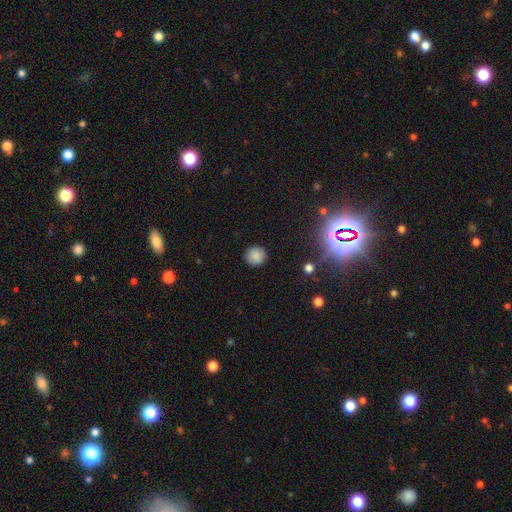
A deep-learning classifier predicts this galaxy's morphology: A smooth galaxy with no disk features (85%) that is round (94%).

Vote fractions:
- Smooth or featured? smooth: 85% / star or artifact: 11% / featured or disk: 4%
- How rounded? round: 94% / in between: 5% / cigar-shaped: 1%
- Merging? none: 90% / minor disturbance: 6% / major disturbance: 2% / merger: 1%